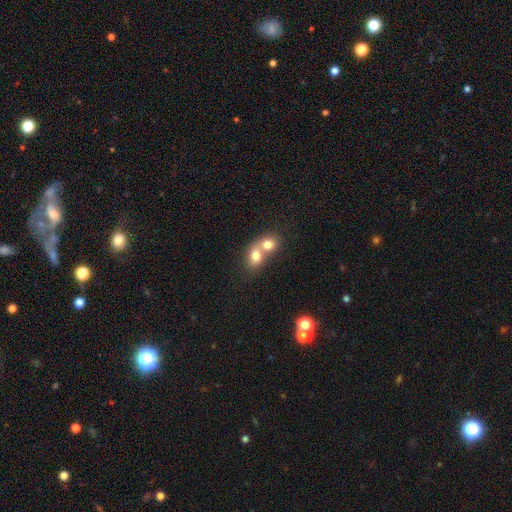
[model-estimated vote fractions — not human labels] Q: Smooth or featured?
A: smooth (74%); runner-up: featured or disk (17%)
Q: How rounded?
A: round (57%); runner-up: in between (42%)
Q: Merging?
A: merger (75%); runner-up: none (18%)